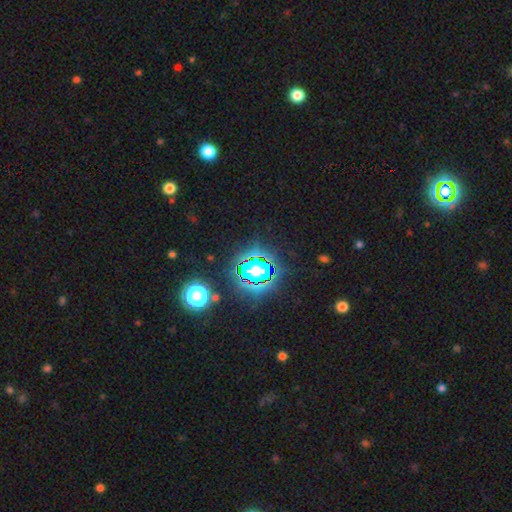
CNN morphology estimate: Smooth or featured? Predicted: star or artifact (p=0.82).